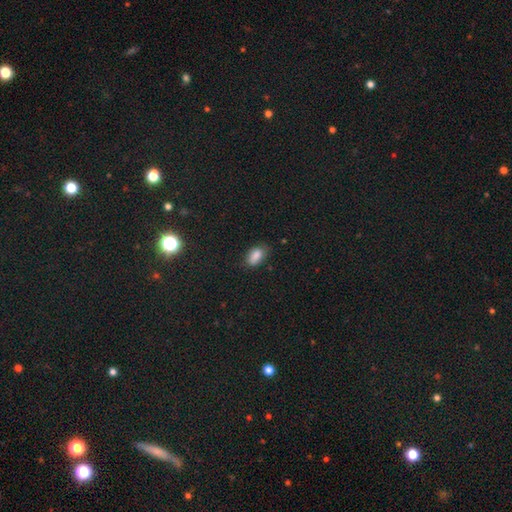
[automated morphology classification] Smooth or featured? Predicted: smooth (p=0.83). How rounded? Predicted: in between (p=0.90). Merging? Predicted: none (p=0.71).